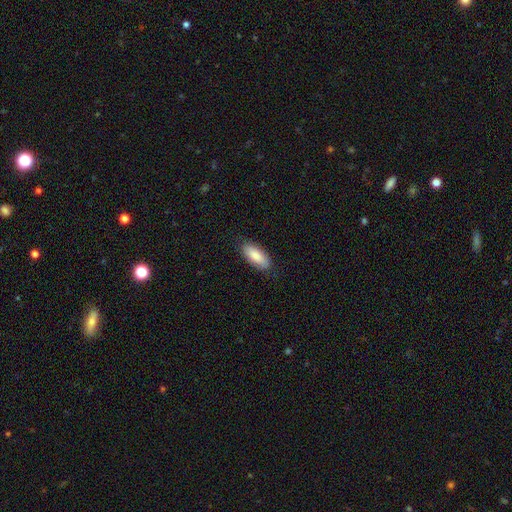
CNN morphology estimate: smooth_or_featured: smooth (p=0.84) [alt: featured or disk p=0.10]
how_rounded: in between (p=0.83) [alt: cigar-shaped p=0.15]
merging: none (p=0.83) [alt: minor disturbance p=0.13]